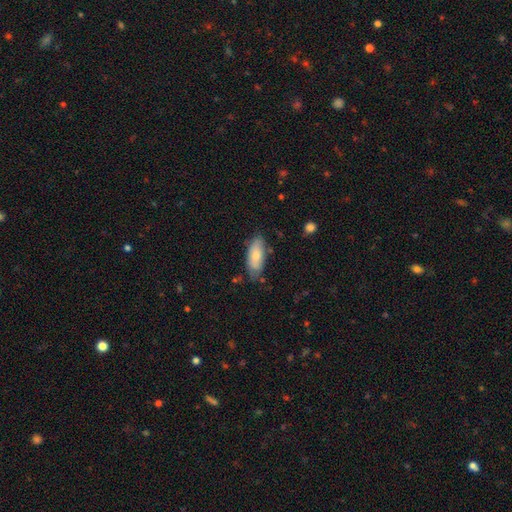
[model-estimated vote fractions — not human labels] Smooth or featured? smooth (74%)
How rounded? in between (83%)
Merging? none (71%)